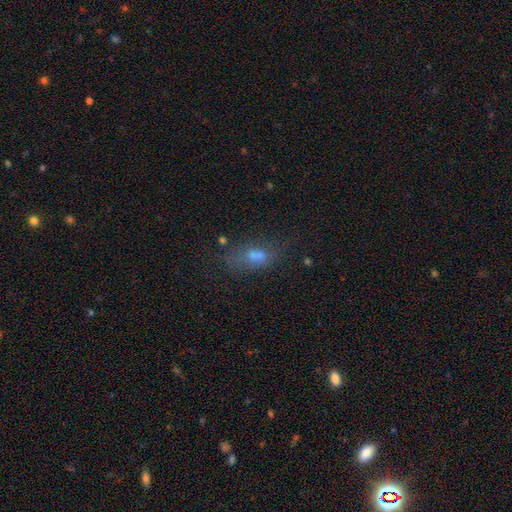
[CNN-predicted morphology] Q: Smooth or featured?
A: smooth (53%); runner-up: featured or disk (24%)
Q: How rounded?
A: in between (68%); runner-up: round (18%)
Q: Merging?
A: none (42%); runner-up: merger (28%)